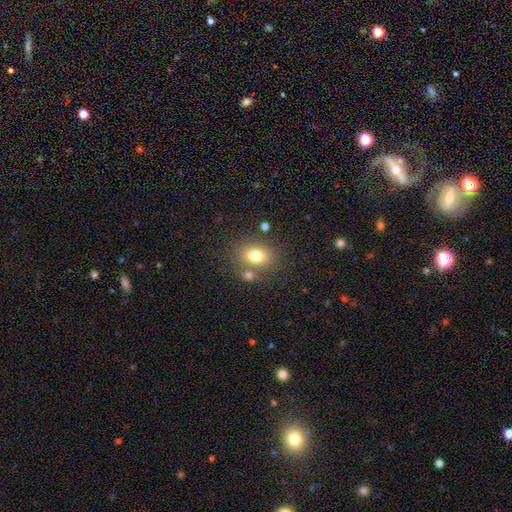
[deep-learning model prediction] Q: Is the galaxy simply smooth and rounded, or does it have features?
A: smooth — 76%.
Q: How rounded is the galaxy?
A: in between — 59%.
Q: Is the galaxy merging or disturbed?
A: none — 68%.